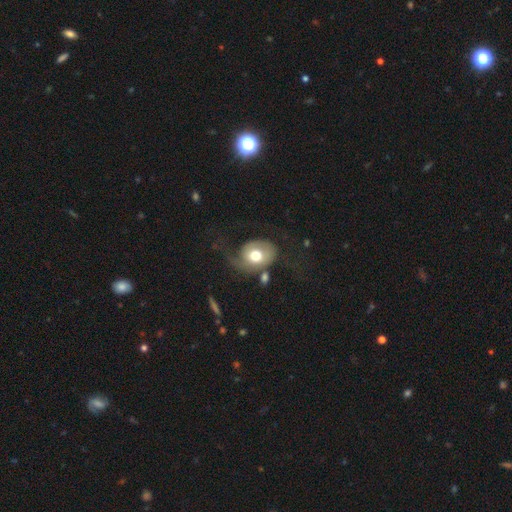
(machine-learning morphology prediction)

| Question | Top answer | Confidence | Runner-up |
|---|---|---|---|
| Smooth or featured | smooth | 56% | featured or disk (37%) |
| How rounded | in between | 56% | round (43%) |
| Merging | major disturbance | 36% | none (34%) |